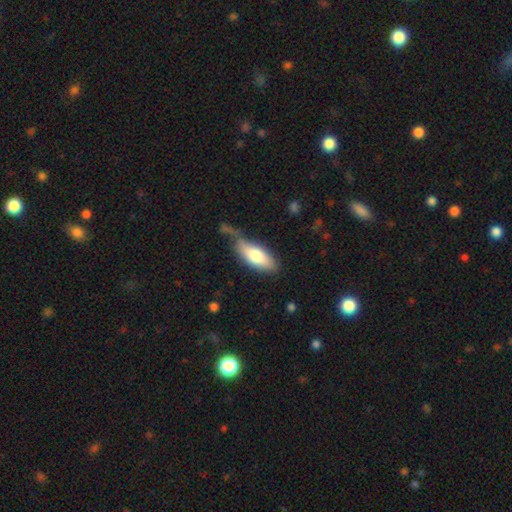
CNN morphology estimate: Q: Smooth or featured?
A: smooth (73%); runner-up: featured or disk (21%)
Q: How rounded?
A: in between (77%); runner-up: cigar-shaped (21%)
Q: Merging?
A: none (56%); runner-up: minor disturbance (25%)